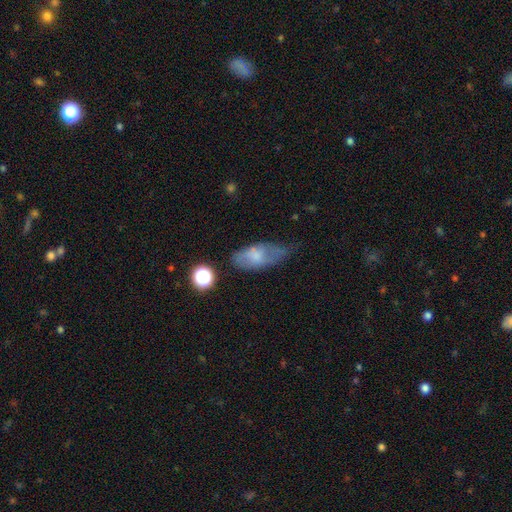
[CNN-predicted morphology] A smooth galaxy with no disk features (64%) that is in between round and cigar-shaped (87%).

Vote fractions:
- Smooth or featured? smooth: 64% / featured or disk: 27% / star or artifact: 9%
- How rounded? in between: 87% / cigar-shaped: 9% / round: 5%
- Merging? none: 41% / minor disturbance: 37% / major disturbance: 19% / merger: 4%